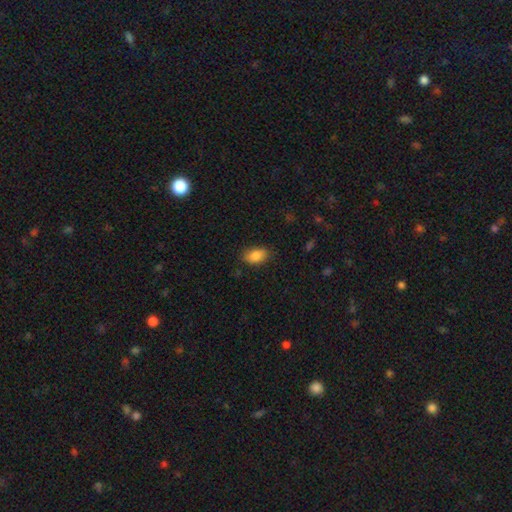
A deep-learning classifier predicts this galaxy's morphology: Smooth or featured? Predicted: smooth (p=0.86). How rounded? Predicted: in between (p=0.90). Merging? Predicted: none (p=0.83).